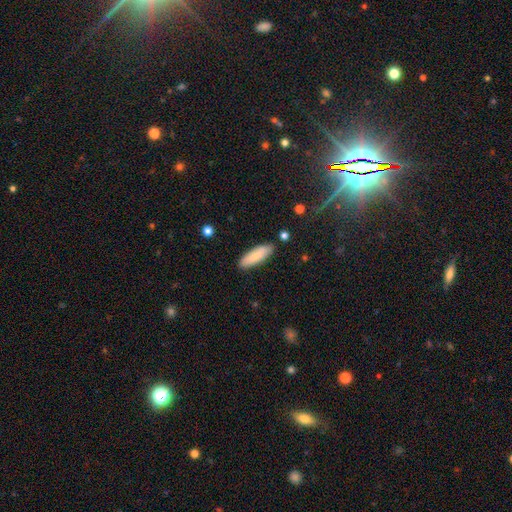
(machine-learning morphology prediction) Smooth or featured?
  - smooth: 83% *
  - featured or disk: 12%
  - star or artifact: 6%
How rounded?
  - in between: 52% *
  - cigar-shaped: 47%
  - round: 2%
Merging?
  - none: 87% *
  - minor disturbance: 9%
  - major disturbance: 2%
  - merger: 2%